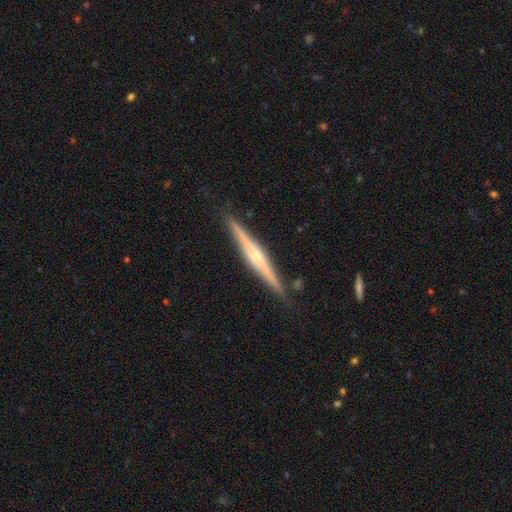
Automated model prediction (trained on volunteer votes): Smooth or featured? featured or disk (74%)
Edge-on disk? yes (98%)
Edge-on bulge? rounded (72%)
Merging? none (88%)